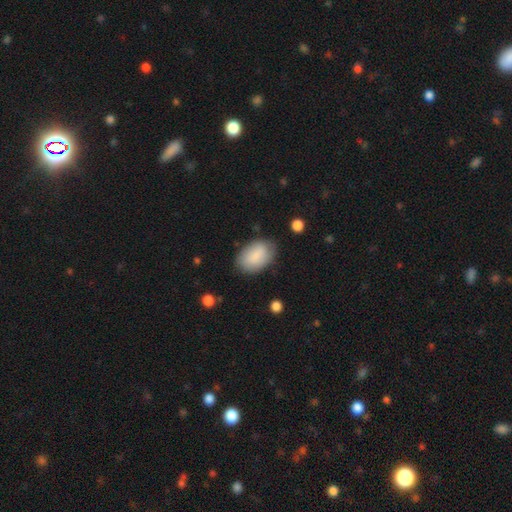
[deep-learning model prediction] Smooth or featured? smooth (84%)
How rounded? in between (91%)
Merging? none (77%)